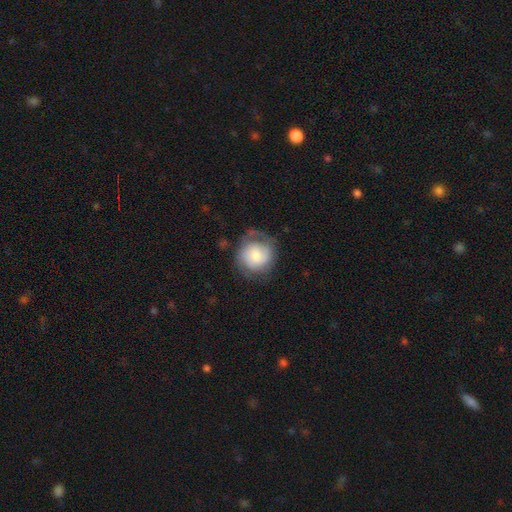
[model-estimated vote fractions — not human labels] Smooth or featured?
  - featured or disk: 51% *
  - smooth: 42%
  - star or artifact: 7%
Edge-on disk?
  - no: 98% *
  - yes: 2%
Merging?
  - none: 58% *
  - minor disturbance: 24%
  - major disturbance: 16%
  - merger: 2%